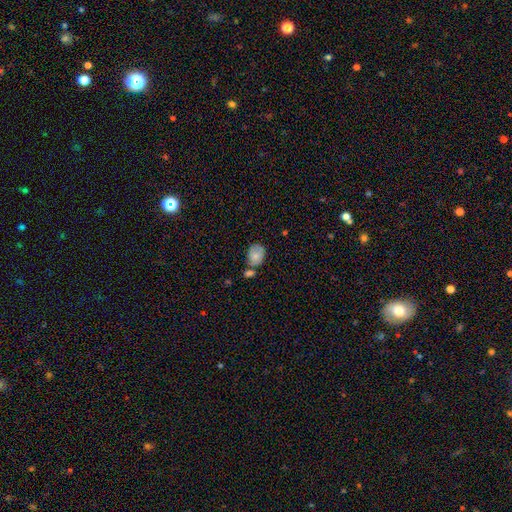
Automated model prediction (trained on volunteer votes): Smooth or featured? smooth (75%)
How rounded? in between (69%)
Merging? none (42%)